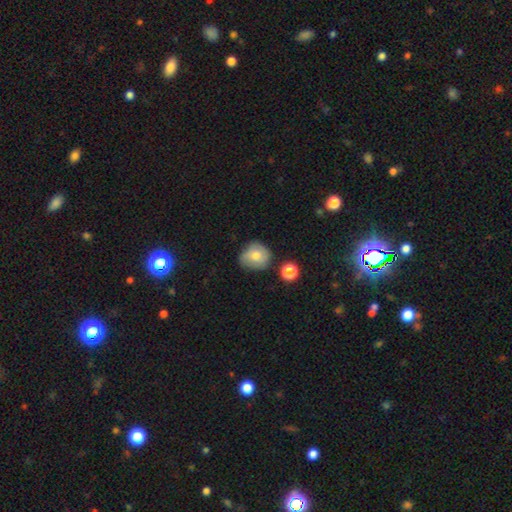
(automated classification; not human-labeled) A smooth galaxy with no disk features (64%) that is round (76%).

Vote fractions:
- Smooth or featured? smooth: 64% / featured or disk: 26% / star or artifact: 10%
- How rounded? round: 76% / in between: 23% / cigar-shaped: 1%
- Merging? none: 63% / minor disturbance: 26% / major disturbance: 6% / merger: 4%